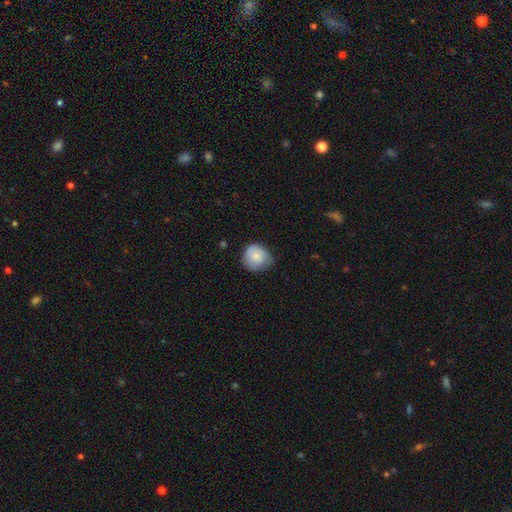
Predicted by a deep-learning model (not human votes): Q: Smooth or featured?
A: smooth (80%); runner-up: featured or disk (13%)
Q: How rounded?
A: round (82%); runner-up: in between (17%)
Q: Merging?
A: none (55%); runner-up: minor disturbance (36%)